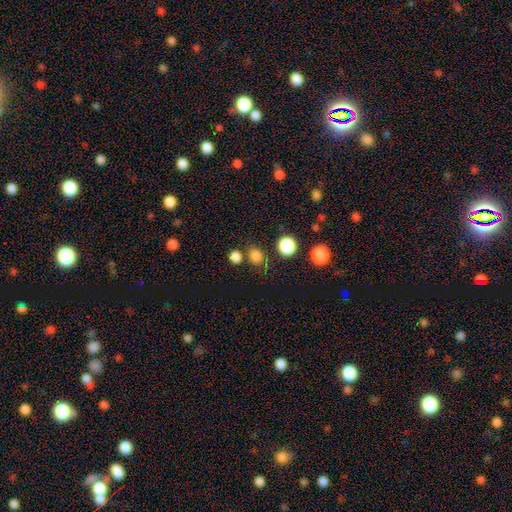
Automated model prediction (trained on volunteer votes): Q: Smooth or featured?
A: smooth (78%); runner-up: star or artifact (17%)
Q: How rounded?
A: round (76%); runner-up: in between (23%)
Q: Merging?
A: none (75%); runner-up: minor disturbance (11%)